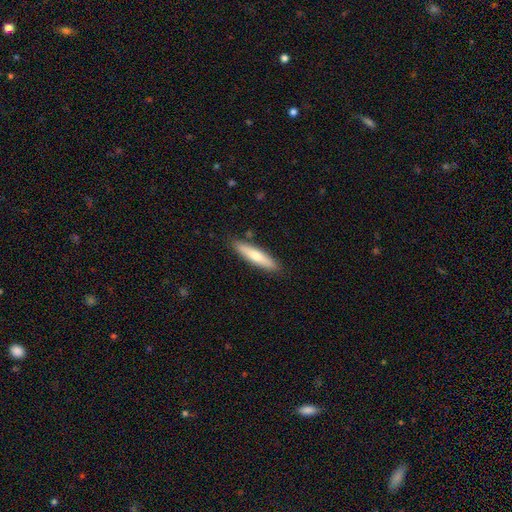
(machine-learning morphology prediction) The model was most divided on "smooth or featured": smooth: 67%, featured or disk: 28%, star or artifact: 5%. More confident: merging — none (87%); how rounded — cigar-shaped (82%).